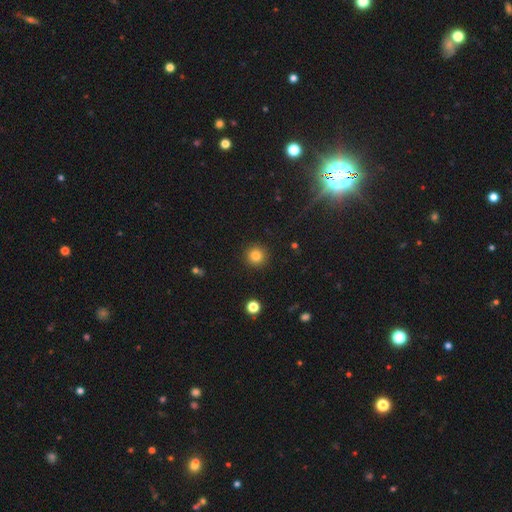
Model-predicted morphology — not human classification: Smooth or featured?
  - smooth: 83% *
  - star or artifact: 12%
  - featured or disk: 5%
How rounded?
  - round: 95% *
  - in between: 4%
  - cigar-shaped: 1%
Merging?
  - none: 92% *
  - minor disturbance: 5%
  - major disturbance: 2%
  - merger: 1%